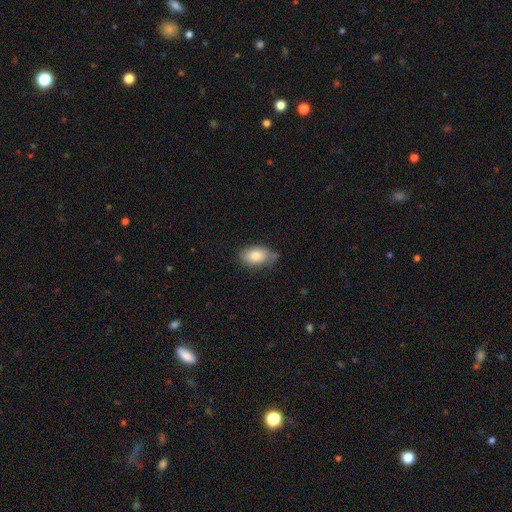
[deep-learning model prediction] A smooth galaxy with no disk features (81%) that is in between round and cigar-shaped (90%).

Vote fractions:
- Smooth or featured? smooth: 81% / featured or disk: 12% / star or artifact: 7%
- How rounded? in between: 90% / round: 8% / cigar-shaped: 2%
- Merging? none: 64% / minor disturbance: 28% / major disturbance: 5% / merger: 3%